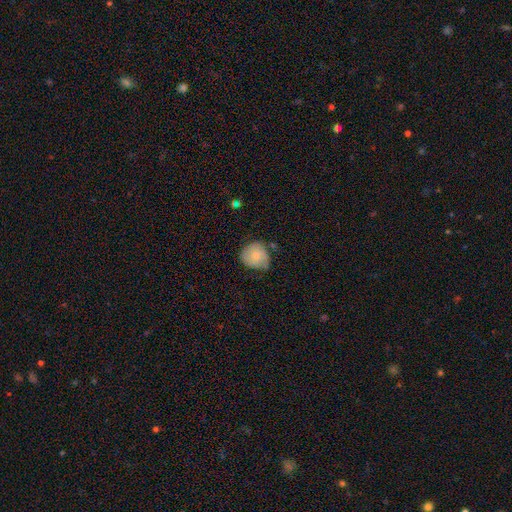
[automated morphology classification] smooth-or-featured: smooth: 65% | featured or disk: 28% | star or artifact: 7%
  how-rounded: round: 83% | in between: 16% | cigar-shaped: 1%
  merging: none: 56% | minor disturbance: 33% | major disturbance: 7% | merger: 3%